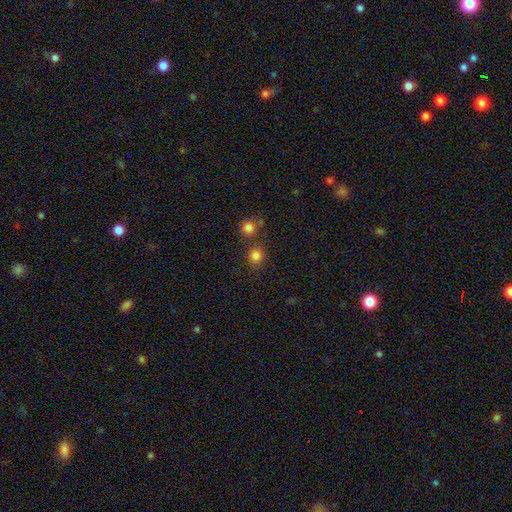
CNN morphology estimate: Smooth or featured? Predicted: smooth (p=0.82). How rounded? Predicted: round (p=0.82). Merging? Predicted: none (p=0.73).